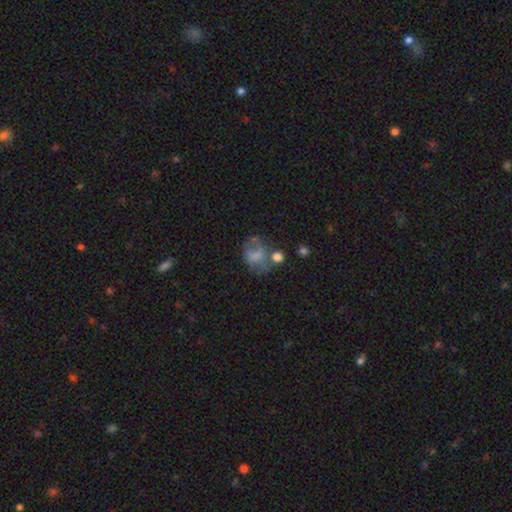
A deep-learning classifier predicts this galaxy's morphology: smooth 57%, featured or disk 30%, star or artifact 13%. Down the decision tree: how rounded — in between (56%); merging — major disturbance (30%, tied with none).